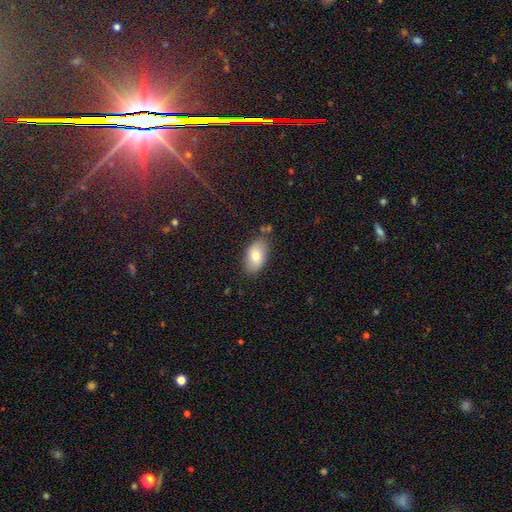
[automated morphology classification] Smooth or featured?
  - smooth: 77% *
  - featured or disk: 16%
  - star or artifact: 7%
How rounded?
  - in between: 93% *
  - round: 5%
  - cigar-shaped: 2%
Merging?
  - none: 81% *
  - minor disturbance: 14%
  - major disturbance: 3%
  - merger: 3%